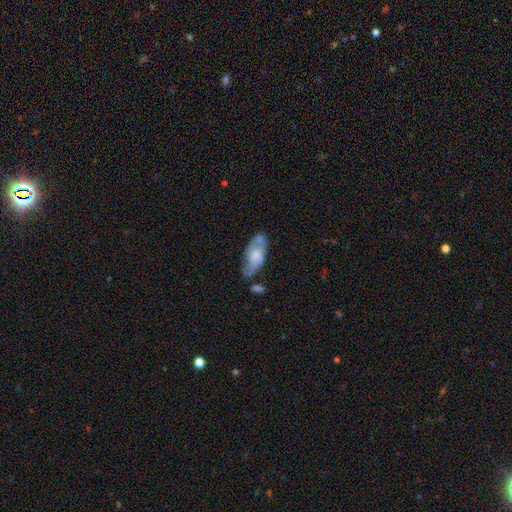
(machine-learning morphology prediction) type=smooth (47%, tied with featured or disk); merging=none (51%).